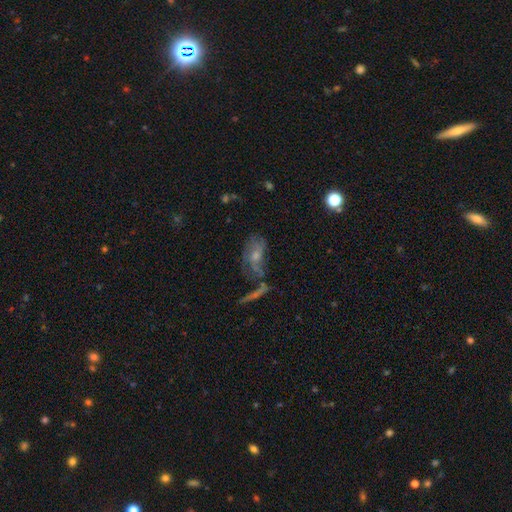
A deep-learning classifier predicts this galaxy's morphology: Smooth or featured? featured or disk (55%)
Edge-on disk? no (87%)
Merging? none (37%)